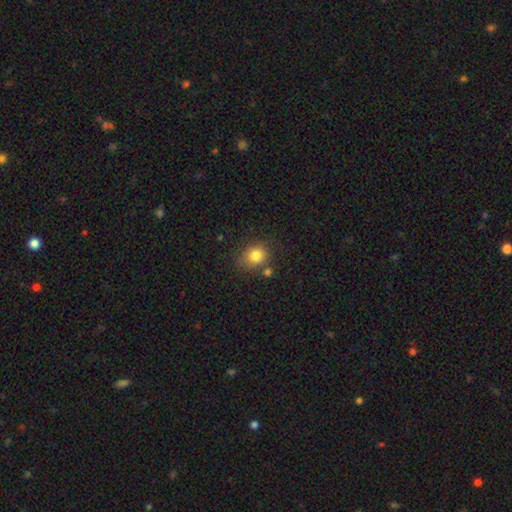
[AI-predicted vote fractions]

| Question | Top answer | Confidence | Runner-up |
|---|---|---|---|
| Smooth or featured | smooth | 81% | star or artifact (11%) |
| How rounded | round | 58% | in between (41%) |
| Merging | none | 69% | minor disturbance (17%) |